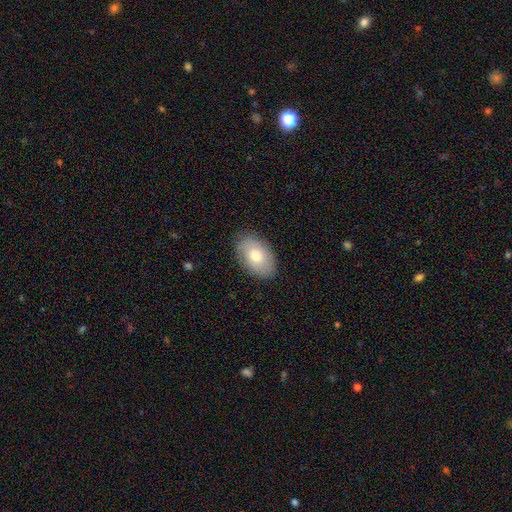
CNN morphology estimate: Smooth or featured? Predicted: smooth (p=0.75). How rounded? Predicted: in between (p=0.91). Merging? Predicted: none (p=0.86).